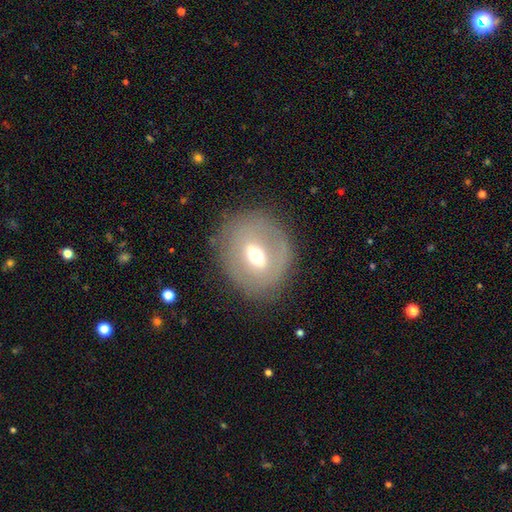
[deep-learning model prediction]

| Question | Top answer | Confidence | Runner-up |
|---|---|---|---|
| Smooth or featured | featured or disk | 48% | smooth (41%) |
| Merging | none | 79% | minor disturbance (14%) |